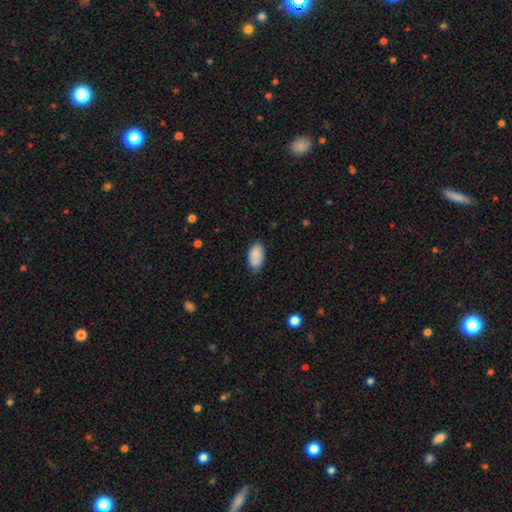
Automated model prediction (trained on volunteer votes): Smooth or featured? smooth (80%)
How rounded? in between (94%)
Merging? none (67%)